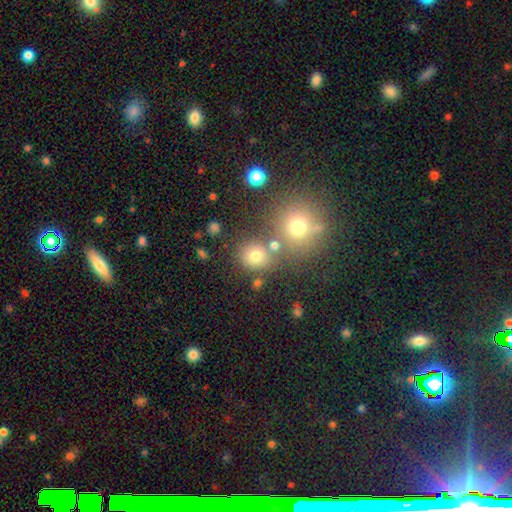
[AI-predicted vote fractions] This appears to be a smooth galaxy with no disk features (71%) that is round (83%). Merging: none (67%).